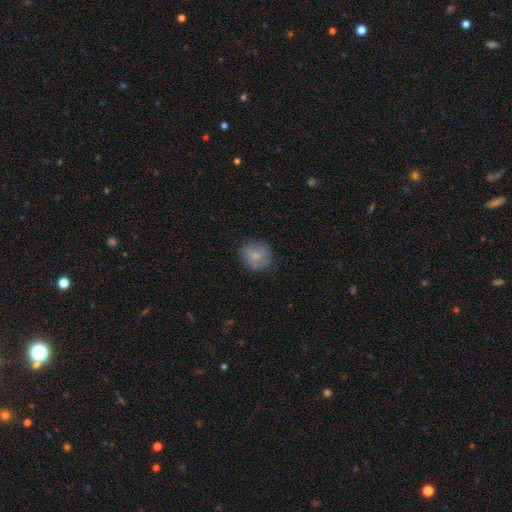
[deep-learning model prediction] smooth-or-featured: smooth: 74% | featured or disk: 17% | star or artifact: 9%
  how-rounded: round: 73% | in between: 26% | cigar-shaped: 1%
  merging: none: 71% | minor disturbance: 21% | major disturbance: 6% | merger: 2%